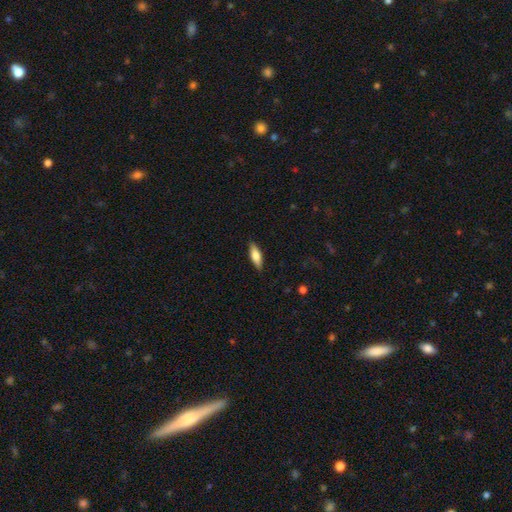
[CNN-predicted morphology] smooth 74%, featured or disk 20%, star or artifact 6%. Down the decision tree: how rounded — in between (54%); merging — none (88%).